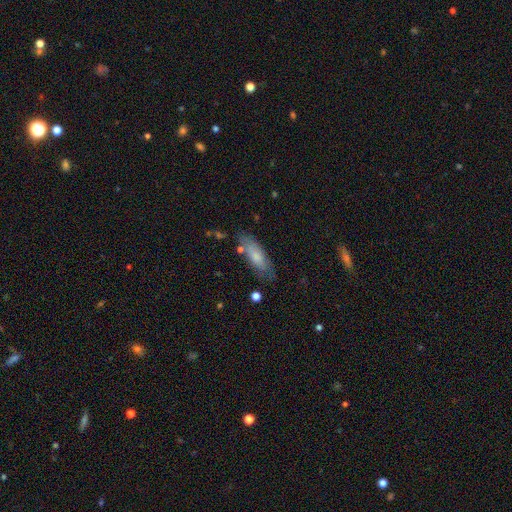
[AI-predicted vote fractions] Overall: smooth (71%). How rounded: in between (65%; cigar-shaped 33%). Merging: none (70%).